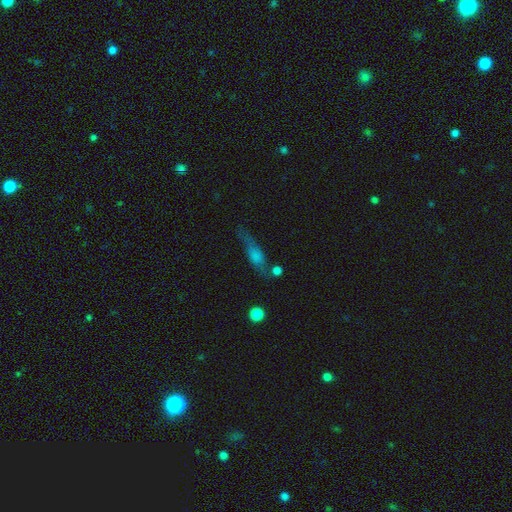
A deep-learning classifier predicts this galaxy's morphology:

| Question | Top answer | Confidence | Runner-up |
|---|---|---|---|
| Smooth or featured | smooth | 57% | featured or disk (32%) |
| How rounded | cigar-shaped | 56% | in between (38%) |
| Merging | none | 54% | minor disturbance (24%) |